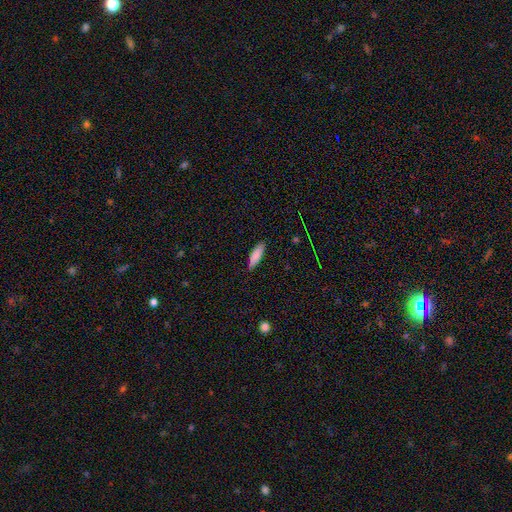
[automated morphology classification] Smooth or featured: smooth — 83% (featured or disk — 10%)
How rounded: cigar-shaped — 52% (in between — 47%)
Merging: none — 83% (minor disturbance — 14%)